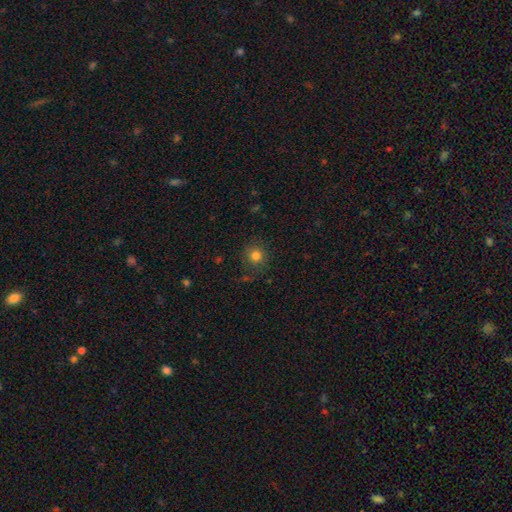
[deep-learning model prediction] The model was most divided on "smooth or featured": smooth: 80%, star or artifact: 13%, featured or disk: 6%. More confident: how rounded — round (91%); merging — none (83%).